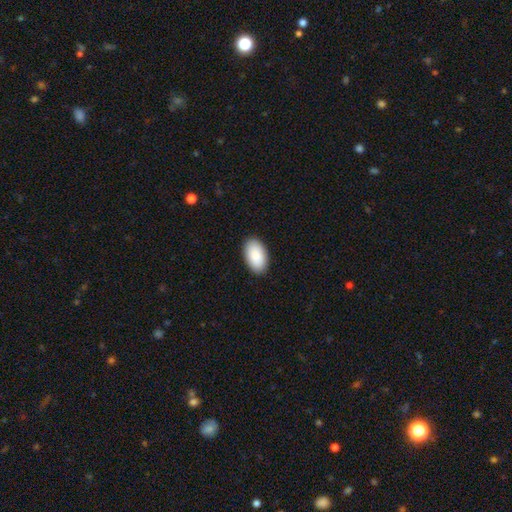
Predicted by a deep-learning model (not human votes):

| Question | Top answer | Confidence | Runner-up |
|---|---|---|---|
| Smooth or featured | smooth | 88% | featured or disk (6%) |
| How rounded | in between | 95% | round (3%) |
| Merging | none | 90% | minor disturbance (7%) |